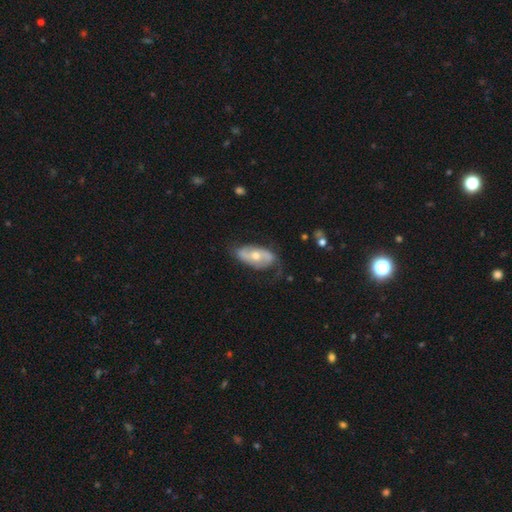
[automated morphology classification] This is likely a featured or disk galaxy (66%). It is clearly not viewed edge-on (91%). Bar: possibly no (54%). Spiral arm pattern: likely yes (77%). Central bulge: likely moderate (66%). Merging: likely none (60%).